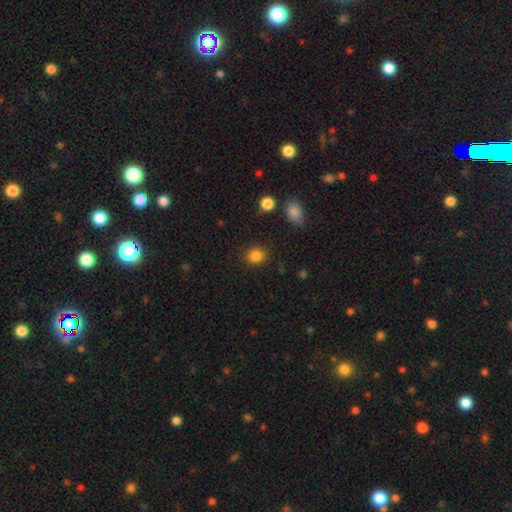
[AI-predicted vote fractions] Smooth or featured? Predicted: smooth (p=0.86). How rounded? Predicted: round (p=0.73). Merging? Predicted: none (p=0.88).